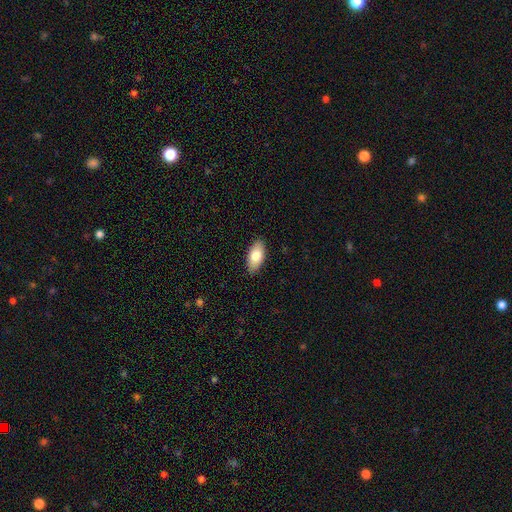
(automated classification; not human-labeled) Smooth or featured? smooth (78%)
How rounded? in between (90%)
Merging? none (88%)